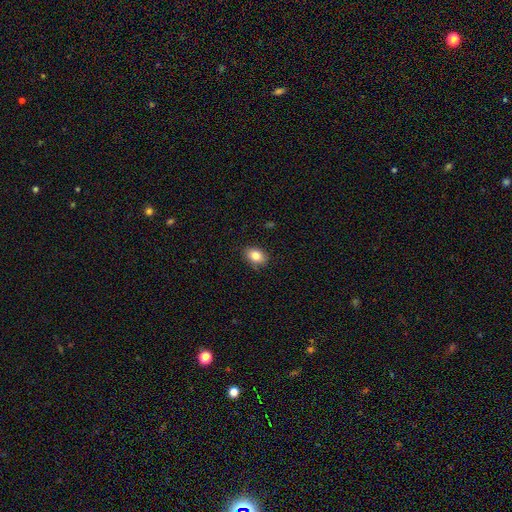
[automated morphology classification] Smooth or featured? smooth (84%)
How rounded? in between (76%)
Merging? none (85%)